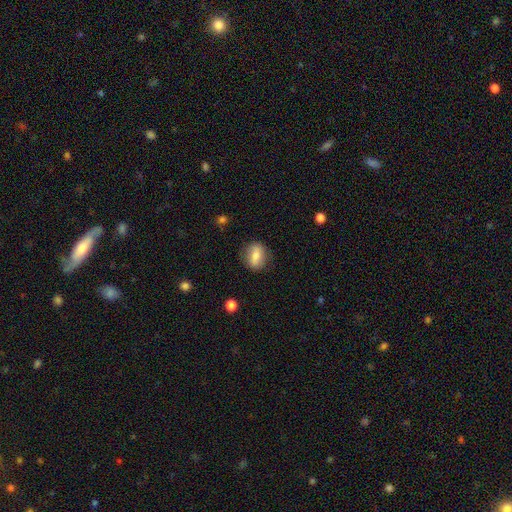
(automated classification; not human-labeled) Morphology: type=smooth (75%); roundness=in between (57%); merging=none (82%).